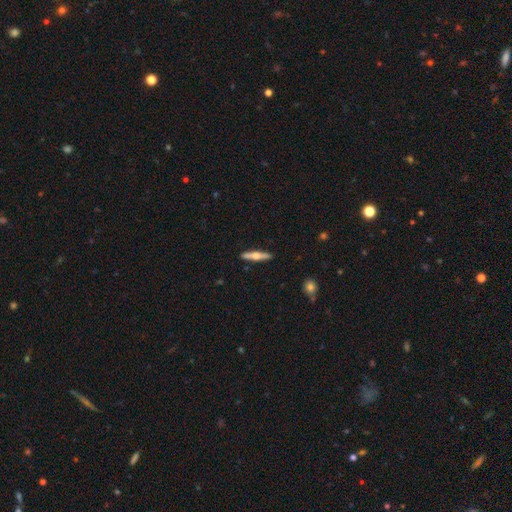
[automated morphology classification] smooth-or-featured: featured or disk: 60% | smooth: 35% | star or artifact: 5%
  disk-edge-on: yes: 97% | no: 3%
    edge-on-bulge: rounded: 92% | none: 4% | boxy: 4%
  merging: none: 90% | minor disturbance: 7% | major disturbance: 1% | merger: 1%